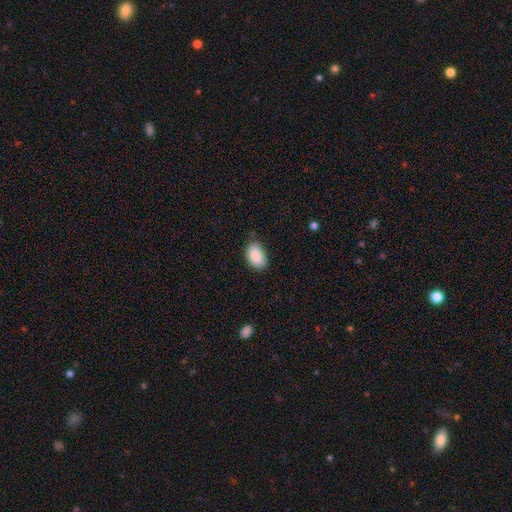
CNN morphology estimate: Smooth or featured?
  - smooth: 88% *
  - star or artifact: 7%
  - featured or disk: 5%
How rounded?
  - in between: 90% *
  - round: 9%
  - cigar-shaped: 1%
Merging?
  - none: 72% *
  - minor disturbance: 23%
  - major disturbance: 4%
  - merger: 1%